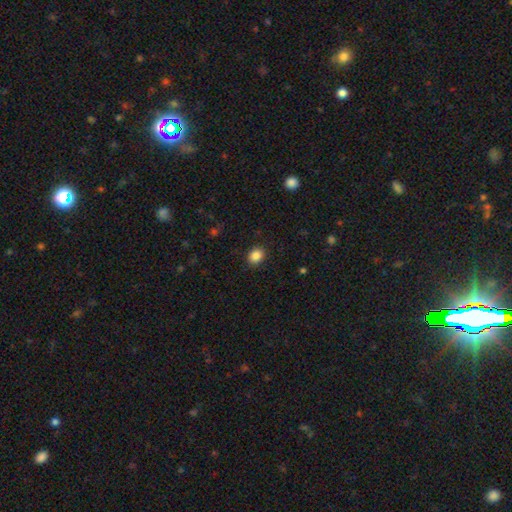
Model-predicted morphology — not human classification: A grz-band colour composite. It shows a smooth galaxy with no disk features (86%) that is round (56%). Merging: none (89%).